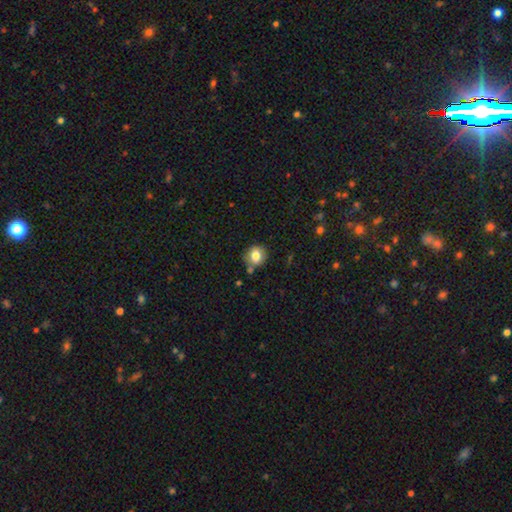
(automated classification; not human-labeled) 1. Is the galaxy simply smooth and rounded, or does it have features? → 81% smooth, 10% star or artifact, 9% featured or disk.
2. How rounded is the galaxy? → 75% round, 24% in between, 1% cigar-shaped.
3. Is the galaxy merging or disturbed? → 74% none, 15% minor disturbance, 8% merger, 3% major disturbance.